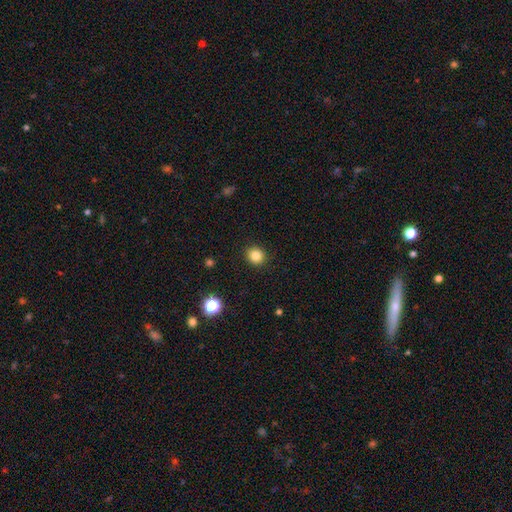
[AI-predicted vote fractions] A smooth galaxy with no disk features (84%) that is round (88%). Merging: none (90%).